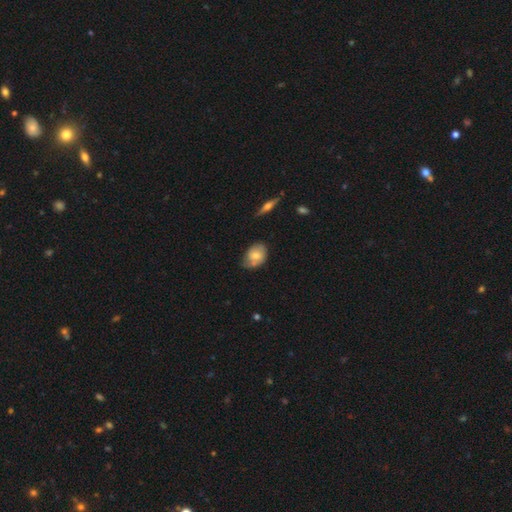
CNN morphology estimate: Smooth or featured? Predicted: smooth (p=0.59). How rounded? Predicted: in between (p=0.70). Merging? Predicted: none (p=0.55).